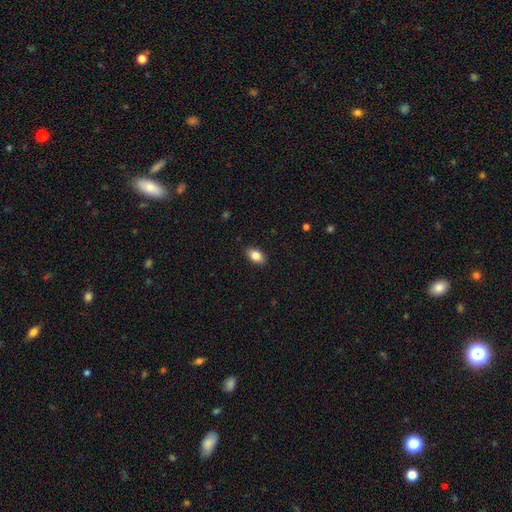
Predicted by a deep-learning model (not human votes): Overall: smooth (84%). How rounded: in between (90%). Merging: none (88%).